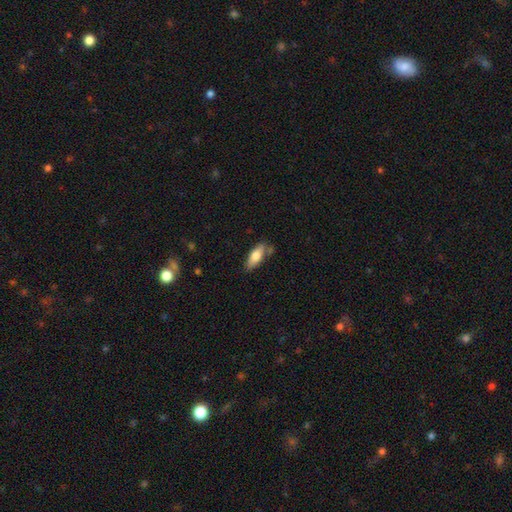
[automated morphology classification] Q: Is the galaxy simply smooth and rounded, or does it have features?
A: smooth — 76%.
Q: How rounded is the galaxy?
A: in between — 72%.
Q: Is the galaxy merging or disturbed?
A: none — 70%.